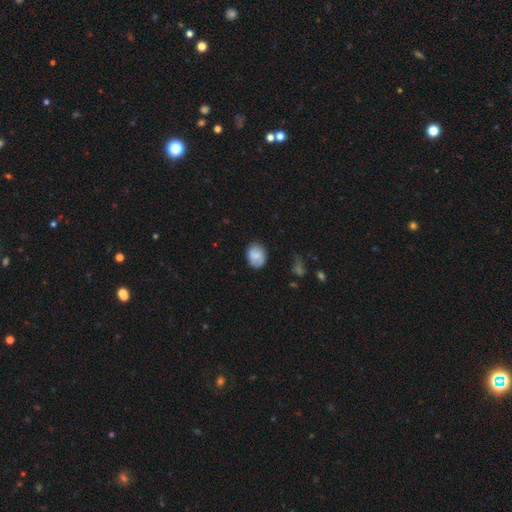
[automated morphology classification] type=smooth (69%); roundness=in between (61%); merging=none (75%).